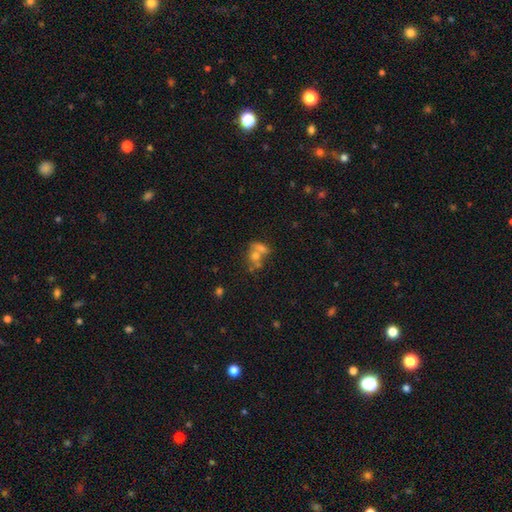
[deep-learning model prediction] smooth-or-featured: smooth: 54% | featured or disk: 26% | star or artifact: 20%
  how-rounded: round: 49% | in between: 48% | cigar-shaped: 3%
  merging: merger: 53% | none: 30% | minor disturbance: 9% | major disturbance: 8%